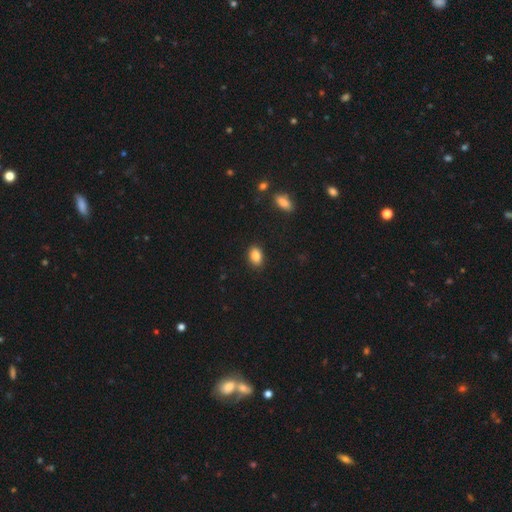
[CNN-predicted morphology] Q: Smooth or featured?
A: smooth (86%); runner-up: star or artifact (9%)
Q: How rounded?
A: in between (79%); runner-up: round (19%)
Q: Merging?
A: none (88%); runner-up: minor disturbance (9%)